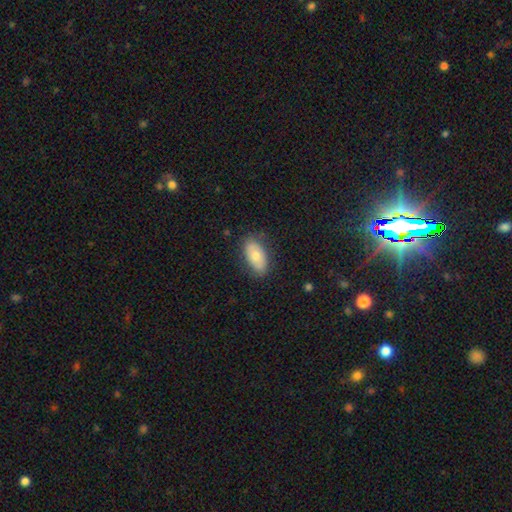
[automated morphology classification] A smooth galaxy with no disk features (67%) that is in between round and cigar-shaped (93%).

Vote fractions:
- Smooth or featured? smooth: 67% / featured or disk: 27% / star or artifact: 6%
- How rounded? in between: 93% / round: 5% / cigar-shaped: 3%
- Merging? none: 78% / minor disturbance: 17% / major disturbance: 4% / merger: 1%